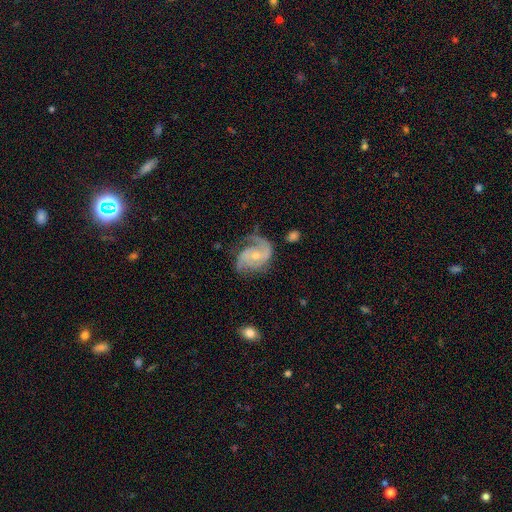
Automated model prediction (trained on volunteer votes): Overall: featured or disk (88%). Edge-on disk: no (98%). Bar: no (66%; weak 28%). Spiral arms: yes (97%). Spiral arm count: 2 (62%). Spiral winding: medium (49%; tight 34%). Bulge size: small (49%; moderate 47%). Merging: none (60%; minor disturbance 24%).